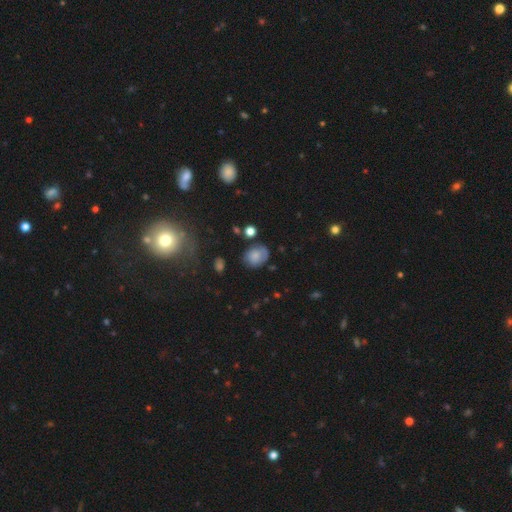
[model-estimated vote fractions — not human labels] smooth 71%, featured or disk 19%, star or artifact 10%. Down the decision tree: how rounded — in between (54%); merging — none (62%).